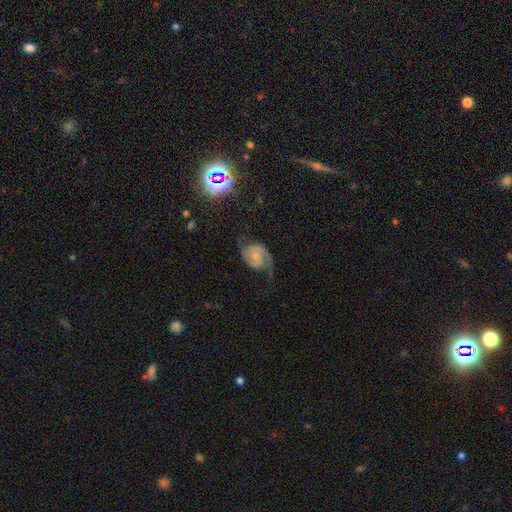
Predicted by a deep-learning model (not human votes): Q: Smooth or featured?
A: featured or disk (78%); runner-up: smooth (14%)
Q: Edge-on disk?
A: no (98%); runner-up: yes (2%)
Q: Bar?
A: no (68%); runner-up: weak (27%)
Q: Spiral arms?
A: yes (95%); runner-up: no (5%)
Q: Spiral winding?
A: medium (44%); runner-up: loose (28%)
Q: Spiral arm count?
A: 2 (81%); runner-up: 1 (10%)
Q: Bulge size?
A: small (51%); runner-up: moderate (27%)
Q: Merging?
A: none (54%); runner-up: major disturbance (22%)